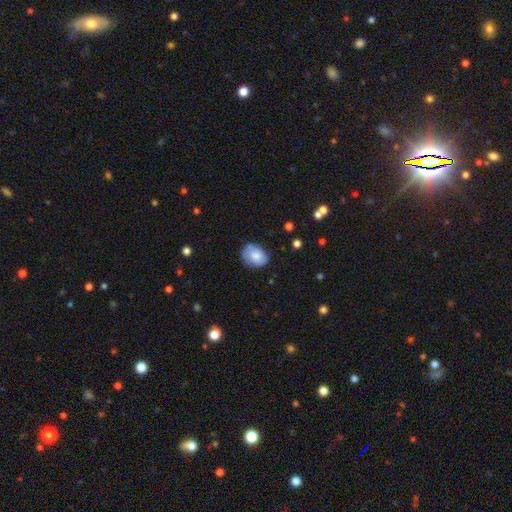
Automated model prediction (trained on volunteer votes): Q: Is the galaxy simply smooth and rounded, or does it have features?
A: smooth — 78%.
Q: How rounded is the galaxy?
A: in between — 66%.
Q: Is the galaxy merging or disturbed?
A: none — 67%.